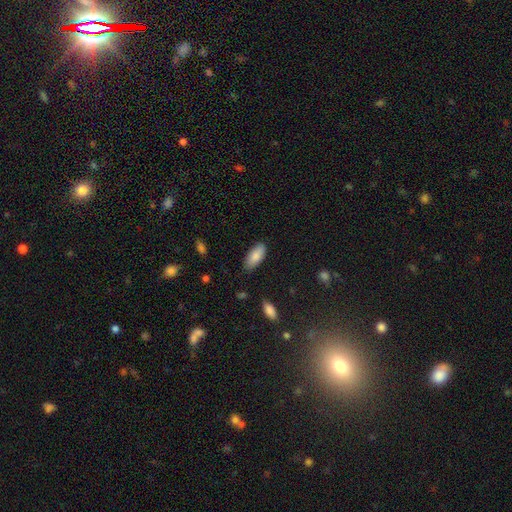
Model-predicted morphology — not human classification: A smooth galaxy with no disk features (85%) that is in between round and cigar-shaped (86%). Merging: none (82%).